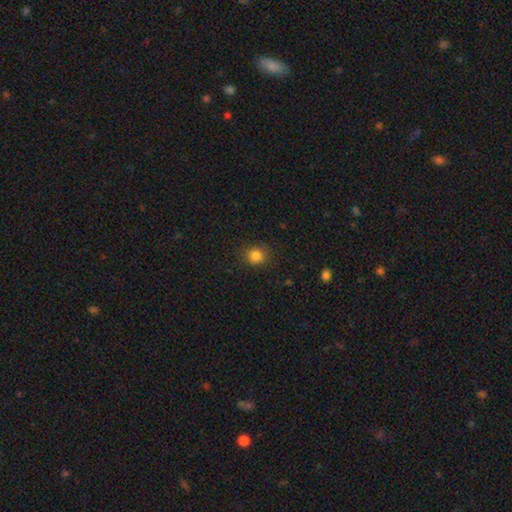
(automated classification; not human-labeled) smooth_or_featured: smooth (p=0.84) [alt: star or artifact p=0.12]
how_rounded: round (p=0.85) [alt: in between p=0.14]
merging: none (p=0.87) [alt: minor disturbance p=0.10]